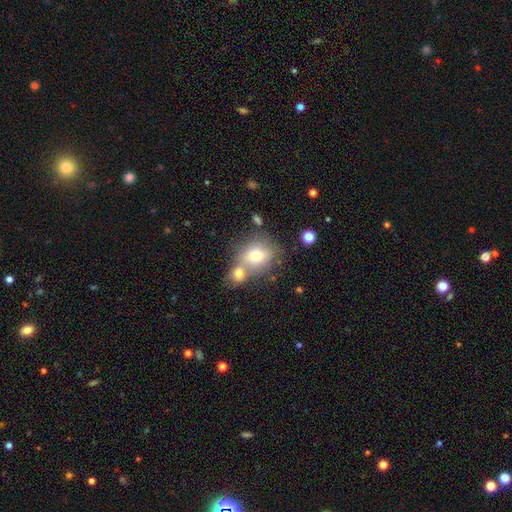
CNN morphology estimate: A smooth galaxy with no disk features (72%) that is round (61%). Merging: merger (45%).